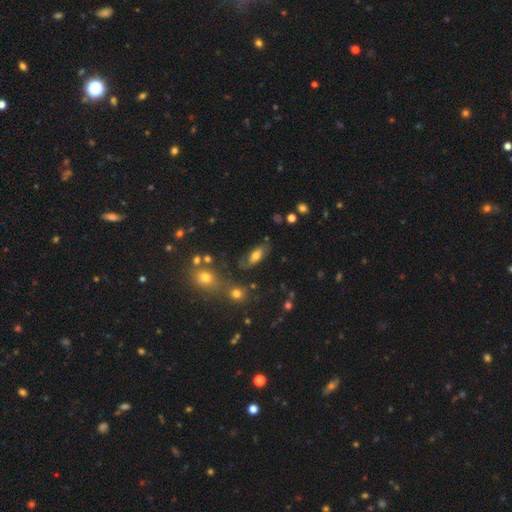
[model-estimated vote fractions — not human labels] Smooth or featured?
  - smooth: 64% *
  - featured or disk: 26%
  - star or artifact: 11%
How rounded?
  - in between: 83% *
  - cigar-shaped: 12%
  - round: 5%
Merging?
  - none: 63% *
  - minor disturbance: 21%
  - major disturbance: 9%
  - merger: 7%